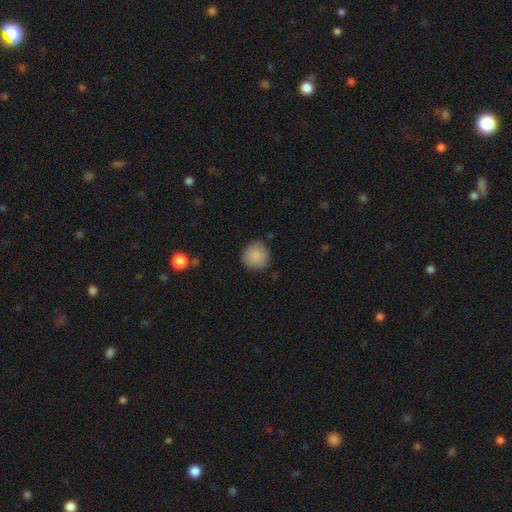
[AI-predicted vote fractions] The model was most divided on "merging": none: 84%, minor disturbance: 12%, major disturbance: 3%, merger: 1%. More confident: how rounded — round (93%); smooth or featured — smooth (87%).